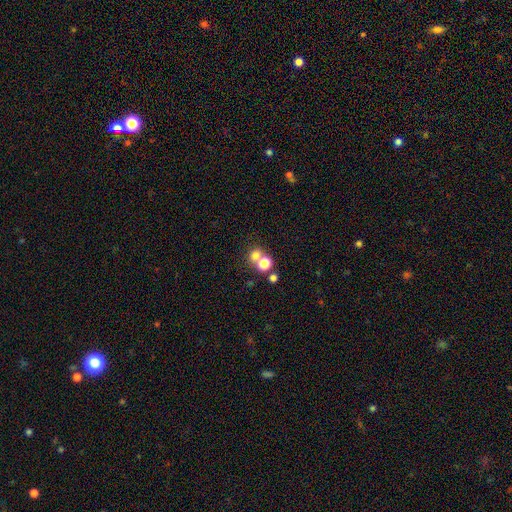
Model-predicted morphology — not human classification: Overall: smooth (70%). How rounded: round (74%). Merging: none (46%; merger 43%).